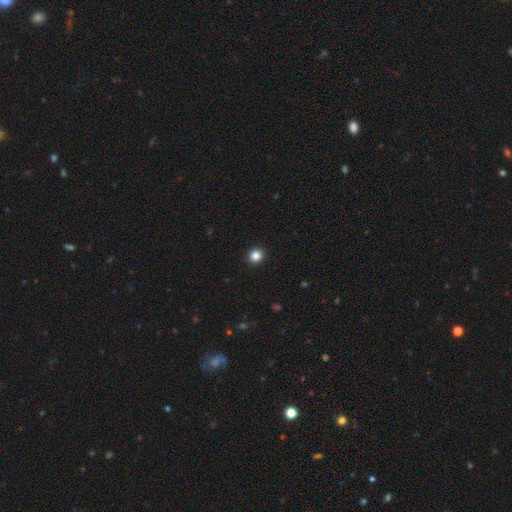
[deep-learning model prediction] A smooth galaxy with no disk features (85%) that is round (85%).

Vote fractions:
- Smooth or featured? smooth: 85% / star or artifact: 11% / featured or disk: 4%
- How rounded? round: 85% / in between: 14% / cigar-shaped: 1%
- Merging? none: 93% / minor disturbance: 5% / major disturbance: 2% / merger: 1%